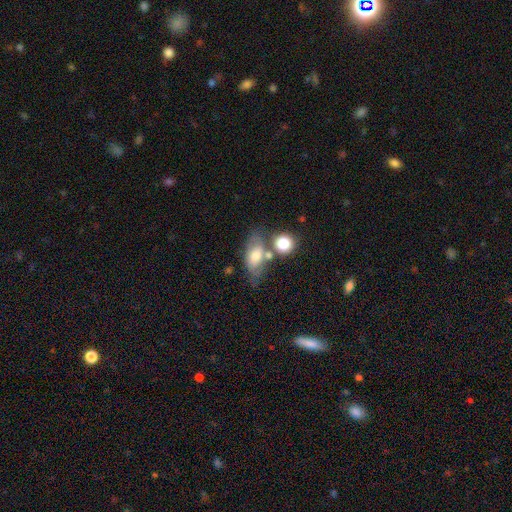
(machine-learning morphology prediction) type=smooth (60%); roundness=in between (81%); merging=none (47%).